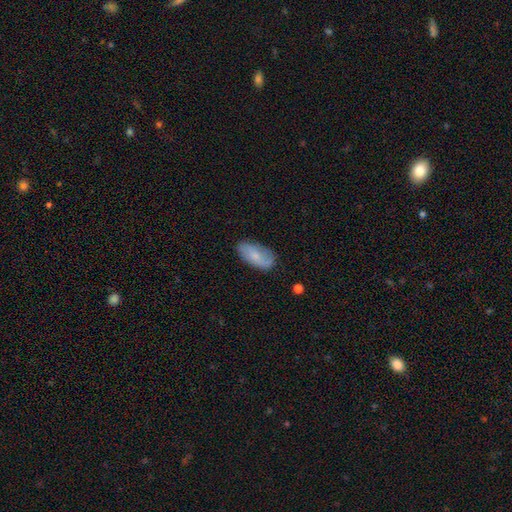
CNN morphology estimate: Smooth or featured? Predicted: smooth (p=0.65). How rounded? Predicted: in between (p=0.91). Merging? Predicted: none (p=0.74).